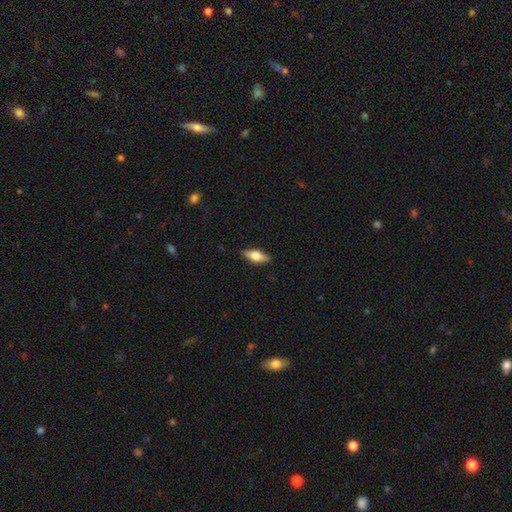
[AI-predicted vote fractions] Q: Smooth or featured?
A: smooth (51%); runner-up: featured or disk (42%)
Q: How rounded?
A: in between (67%); runner-up: cigar-shaped (29%)
Q: Merging?
A: none (88%); runner-up: minor disturbance (9%)